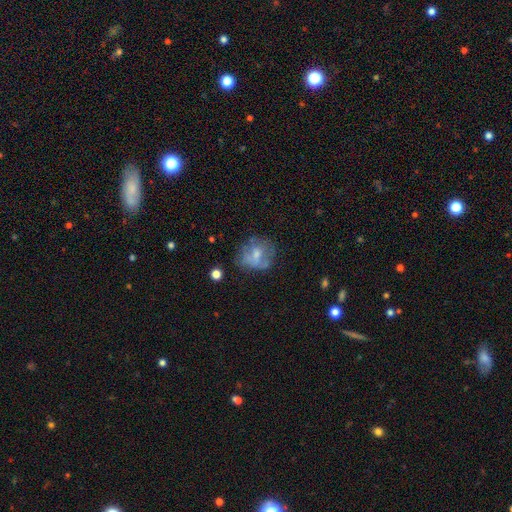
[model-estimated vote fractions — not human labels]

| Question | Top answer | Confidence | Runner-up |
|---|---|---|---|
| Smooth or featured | smooth | 49% | featured or disk (40%) |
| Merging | none | 51% | minor disturbance (25%) |